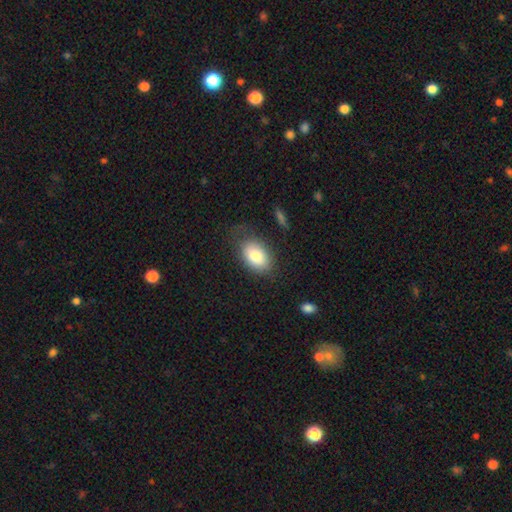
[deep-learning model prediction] smooth 80%, featured or disk 13%, star or artifact 7%. Down the decision tree: how rounded — in between (86%); merging — none (69%).